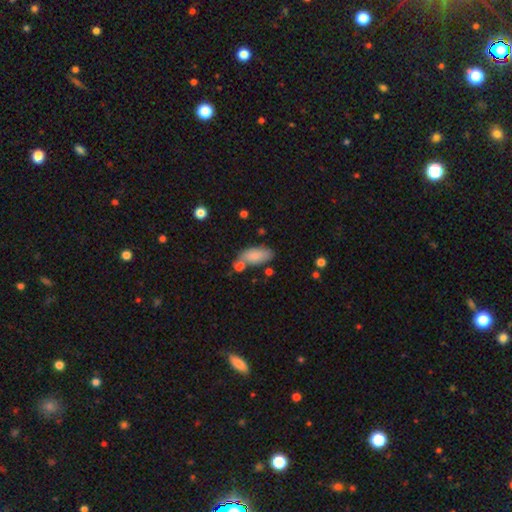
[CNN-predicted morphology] Q: Smooth or featured?
A: smooth (83%); runner-up: featured or disk (10%)
Q: How rounded?
A: in between (88%); runner-up: cigar-shaped (9%)
Q: Merging?
A: none (57%); runner-up: merger (19%)